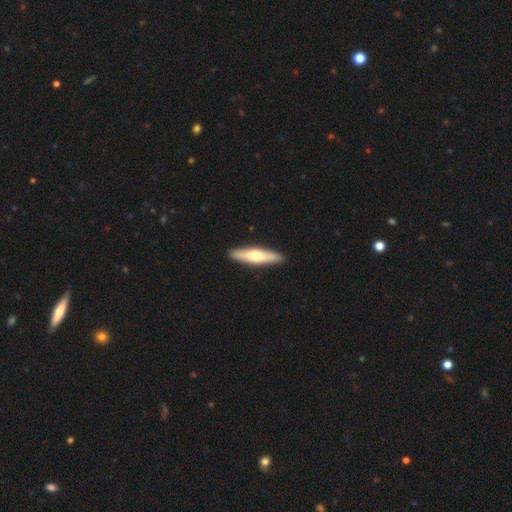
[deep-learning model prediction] Smooth or featured?
  - smooth: 49% *
  - featured or disk: 47%
  - star or artifact: 5%
Merging?
  - none: 92% *
  - minor disturbance: 6%
  - major disturbance: 1%
  - merger: 1%